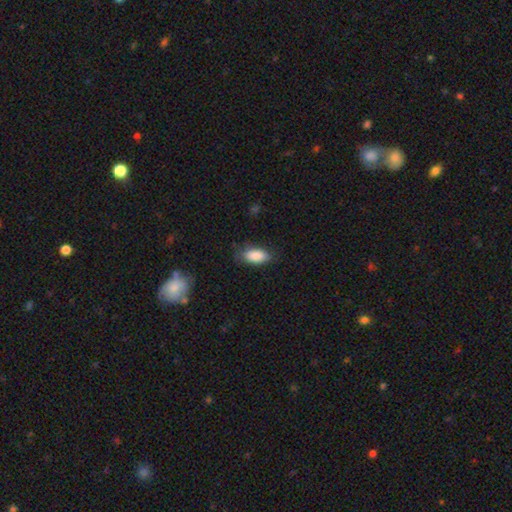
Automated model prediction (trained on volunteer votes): Smooth or featured?
  - smooth: 87% *
  - star or artifact: 7%
  - featured or disk: 6%
How rounded?
  - in between: 90% *
  - cigar-shaped: 7%
  - round: 3%
Merging?
  - none: 77% *
  - minor disturbance: 18%
  - major disturbance: 4%
  - merger: 1%